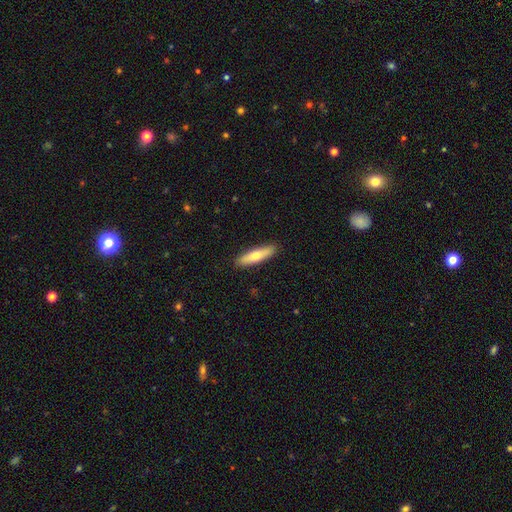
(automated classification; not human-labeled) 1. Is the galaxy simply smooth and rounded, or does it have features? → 62% smooth, 33% featured or disk, 5% star or artifact.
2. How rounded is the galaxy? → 73% cigar-shaped, 25% in between, 2% round.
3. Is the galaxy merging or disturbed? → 90% none, 7% minor disturbance, 2% major disturbance, 1% merger.